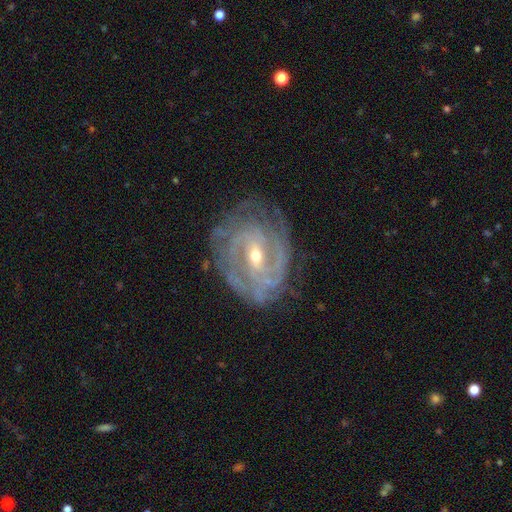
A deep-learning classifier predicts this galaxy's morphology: The model was most divided on "spiral arm count": can't tell: 32%, 2: 30%, 3: 18%, 4: 10%, more than 4: 5%, 1: 5%. Remaining: edge-on disk — no (96%); spiral arms — yes (94%); smooth or featured — featured or disk (88%); merging — none (72%); spiral winding — tight (67%); bulge size — small (55%); bar — weak (44%).